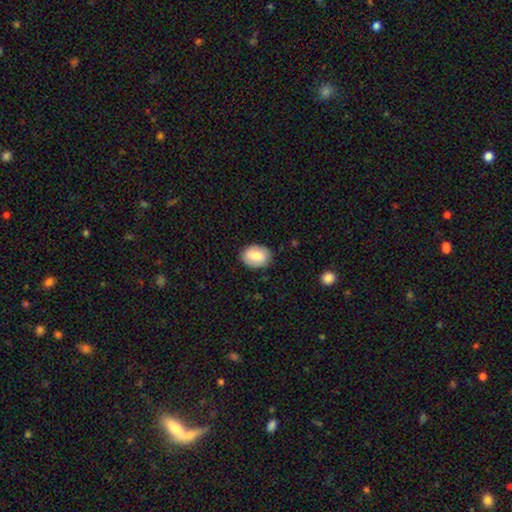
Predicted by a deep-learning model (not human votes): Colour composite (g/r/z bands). It shows a smooth galaxy with no disk features (75%) that is in between round and cigar-shaped (74%). Merging: none (84%).